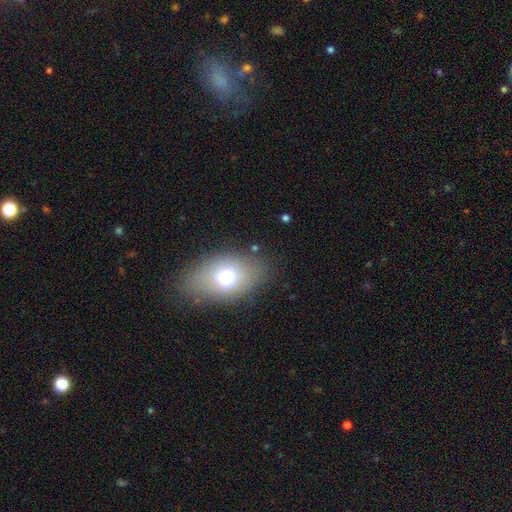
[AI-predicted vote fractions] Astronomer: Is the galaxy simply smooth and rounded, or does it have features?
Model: smooth — 68%.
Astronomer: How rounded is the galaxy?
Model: in between — 83%.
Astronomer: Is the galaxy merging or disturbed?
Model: none — 81%.